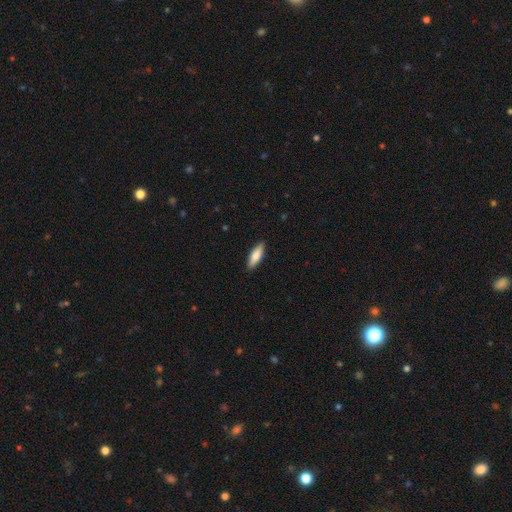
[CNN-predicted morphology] Smooth or featured? Predicted: smooth (p=0.75). How rounded? Predicted: in between (p=0.51). Merging? Predicted: none (p=0.90).